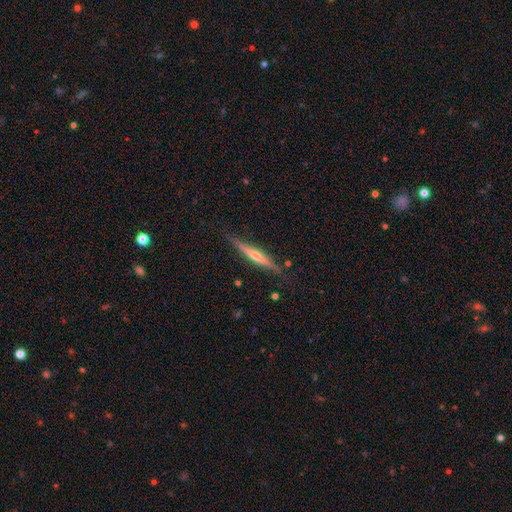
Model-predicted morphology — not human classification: Smooth or featured? Predicted: featured or disk (p=0.71). Edge-on disk? Predicted: yes (p=0.97). Edge-on bulge? Predicted: rounded (p=0.76). Merging? Predicted: none (p=0.85).